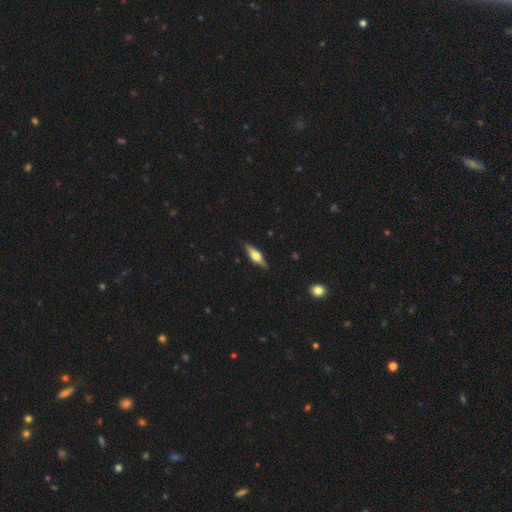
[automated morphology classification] Smooth or featured?
  - featured or disk: 65% *
  - smooth: 29%
  - star or artifact: 6%
Edge-on disk?
  - yes: 96% *
  - no: 4%
Edge-on bulge?
  - rounded: 90% *
  - boxy: 8%
  - none: 2%
Merging?
  - none: 87% *
  - minor disturbance: 10%
  - major disturbance: 2%
  - merger: 1%